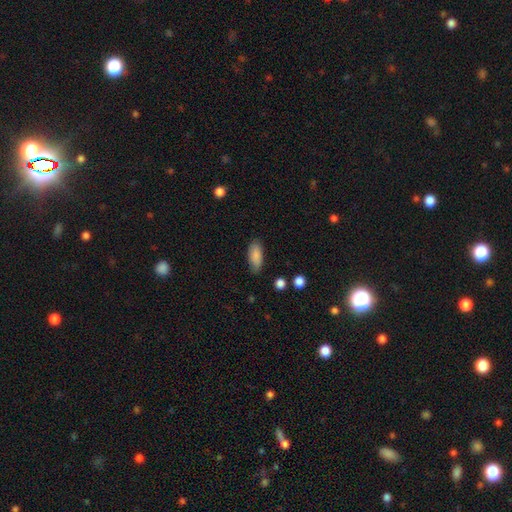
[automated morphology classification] Q: Smooth or featured?
A: smooth (86%); runner-up: star or artifact (7%)
Q: How rounded?
A: in between (82%); runner-up: cigar-shaped (15%)
Q: Merging?
A: none (80%); runner-up: minor disturbance (15%)